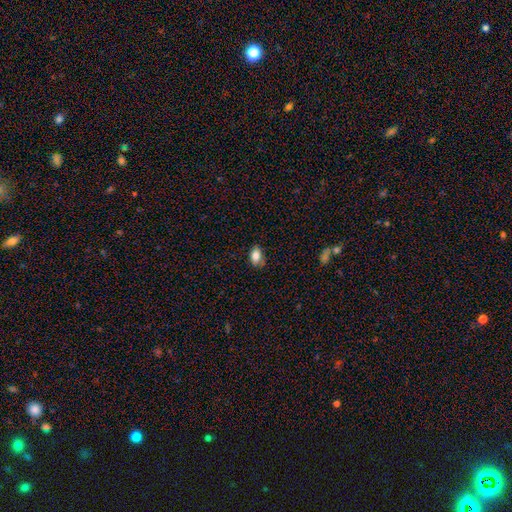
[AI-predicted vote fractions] A smooth galaxy with no disk features (82%) that is in between round and cigar-shaped (89%). Merging: none (76%).